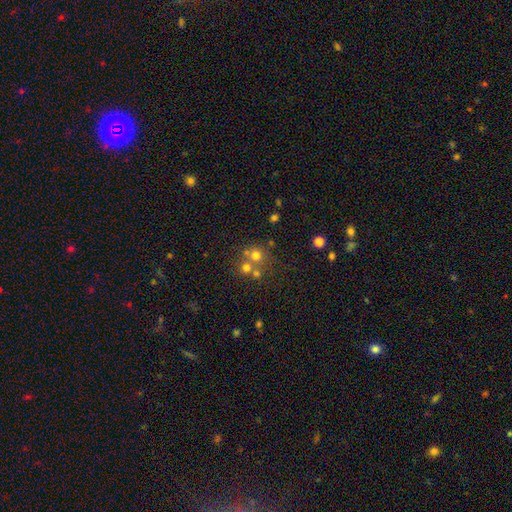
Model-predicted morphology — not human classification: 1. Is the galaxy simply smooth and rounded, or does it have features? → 63% smooth, 20% star or artifact, 17% featured or disk.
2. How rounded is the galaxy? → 88% round, 11% in between, 1% cigar-shaped.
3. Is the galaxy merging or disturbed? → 52% none, 37% merger, 7% minor disturbance, 4% major disturbance.